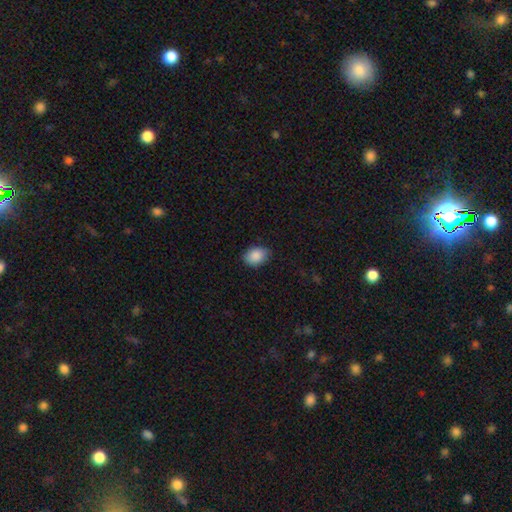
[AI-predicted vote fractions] A smooth galaxy with no disk features (89%) that is in between round and cigar-shaped (77%).

Vote fractions:
- Smooth or featured? smooth: 89% / star or artifact: 7% / featured or disk: 4%
- How rounded? in between: 77% / round: 22% / cigar-shaped: 1%
- Merging? none: 84% / minor disturbance: 12% / major disturbance: 2% / merger: 1%